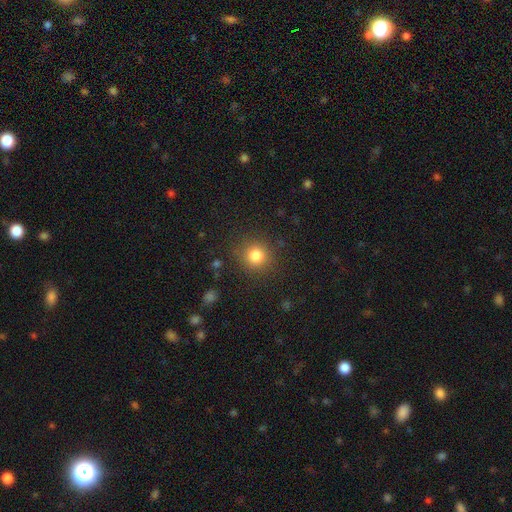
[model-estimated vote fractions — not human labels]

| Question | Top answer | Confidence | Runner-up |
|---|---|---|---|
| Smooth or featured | smooth | 82% | star or artifact (12%) |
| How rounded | round | 91% | in between (8%) |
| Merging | none | 87% | minor disturbance (8%) |